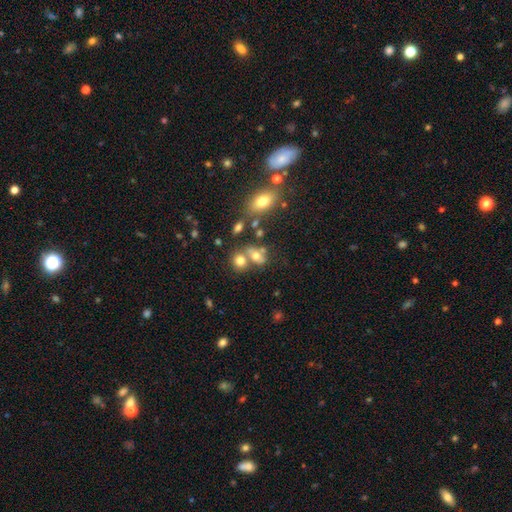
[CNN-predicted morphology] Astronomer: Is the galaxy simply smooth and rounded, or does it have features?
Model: smooth — 68%.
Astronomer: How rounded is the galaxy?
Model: in between — 56% (runner-up: round, 41%).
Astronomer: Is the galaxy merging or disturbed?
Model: merger — 45% (runner-up: none, 36%).